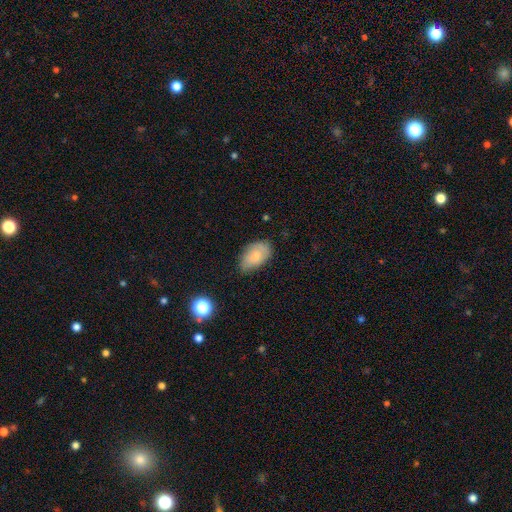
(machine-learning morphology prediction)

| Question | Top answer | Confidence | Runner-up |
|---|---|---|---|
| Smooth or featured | smooth | 73% | featured or disk (20%) |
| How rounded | in between | 91% | round (7%) |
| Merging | none | 65% | minor disturbance (29%) |